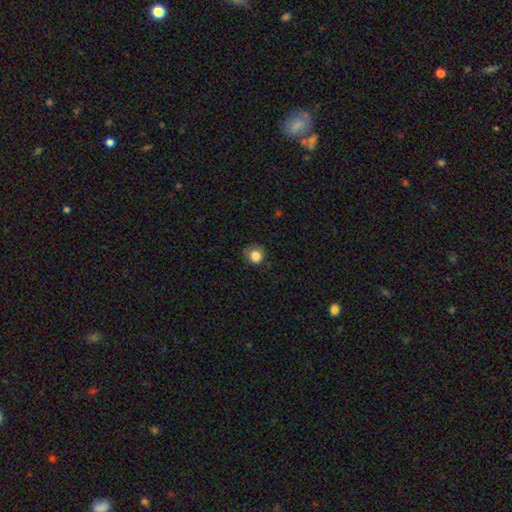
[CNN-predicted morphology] Smooth or featured?
  - smooth: 85% *
  - star or artifact: 10%
  - featured or disk: 5%
How rounded?
  - round: 89% *
  - in between: 10%
  - cigar-shaped: 1%
Merging?
  - none: 73% *
  - minor disturbance: 20%
  - major disturbance: 6%
  - merger: 1%